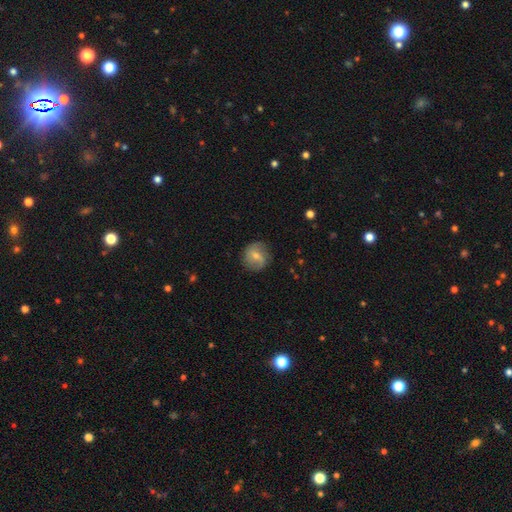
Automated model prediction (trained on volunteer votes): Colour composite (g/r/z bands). It shows a featured or disk galaxy (49%). Merging: none (81%).